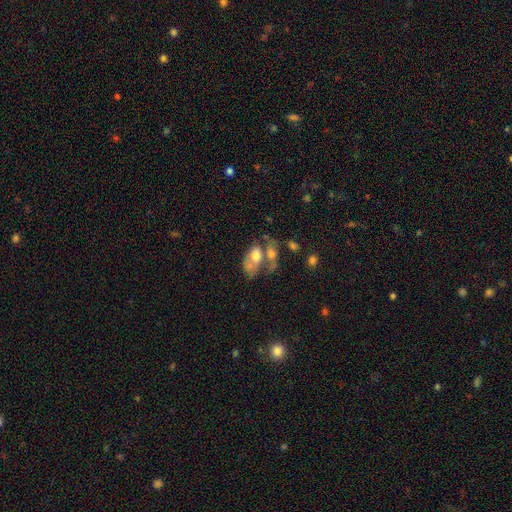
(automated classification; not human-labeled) Q: Smooth or featured?
A: smooth (56%); runner-up: featured or disk (35%)
Q: How rounded?
A: in between (86%); runner-up: round (11%)
Q: Merging?
A: merger (53%); runner-up: major disturbance (19%)